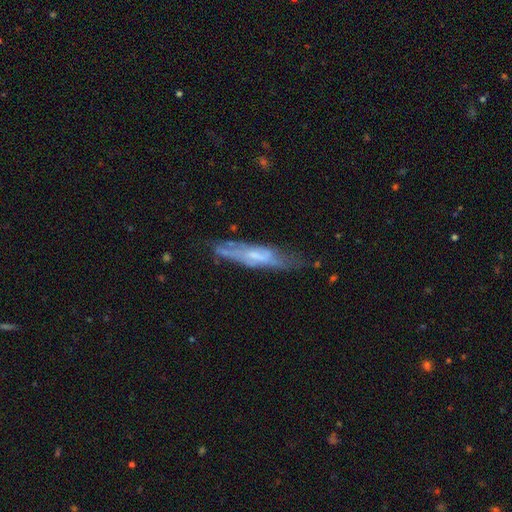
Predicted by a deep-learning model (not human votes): This is likely a featured or disk galaxy (62%). It is possibly viewed edge-on (54%). Merging: likely none (63%).